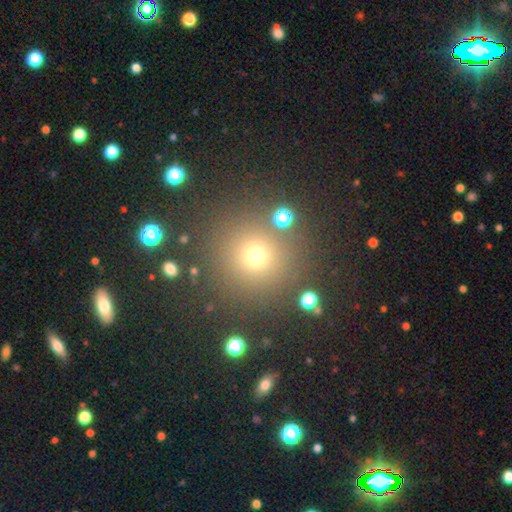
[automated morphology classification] smooth 66%, star or artifact 27%, featured or disk 8%. Down the decision tree: how rounded — round (94%); merging — none (87%).